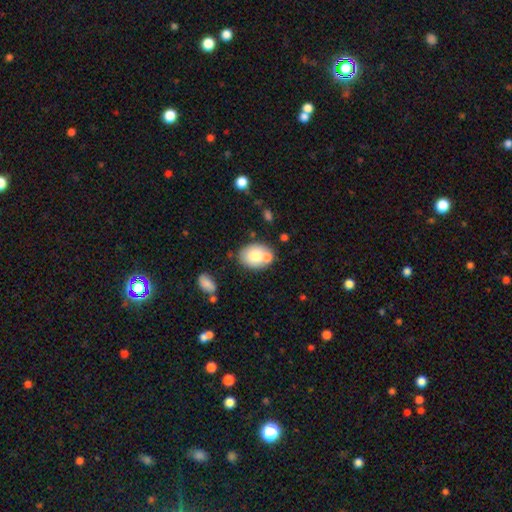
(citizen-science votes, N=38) Overall: smooth (92%). How rounded: in between (71%). Merging: none (68%).